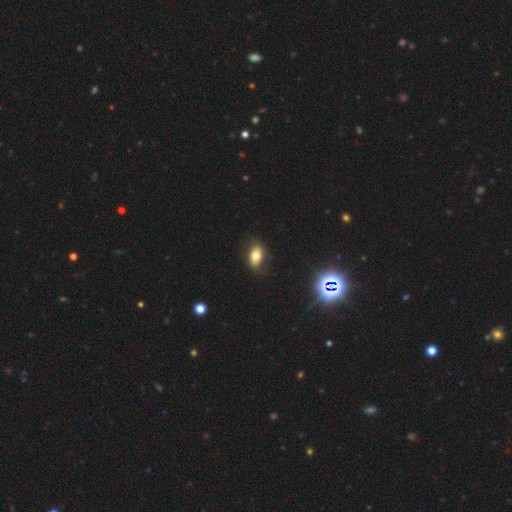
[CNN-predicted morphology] This appears to be a smooth galaxy with no disk features (68%) that is in between round and cigar-shaped (87%). Merging: none (77%).